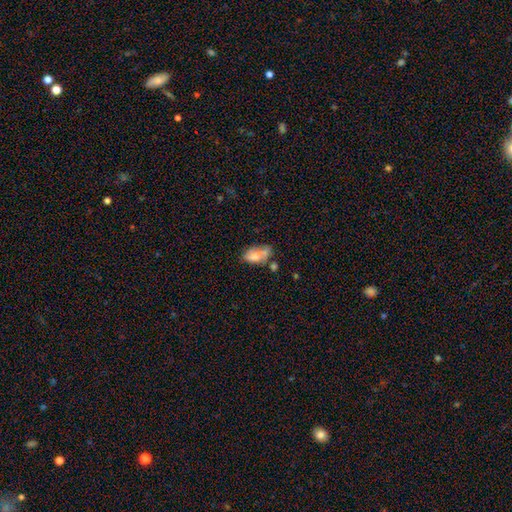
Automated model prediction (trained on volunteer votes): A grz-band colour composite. It shows a smooth galaxy with no disk features (70%) that is in between round and cigar-shaped (90%). Merging: none (33%).